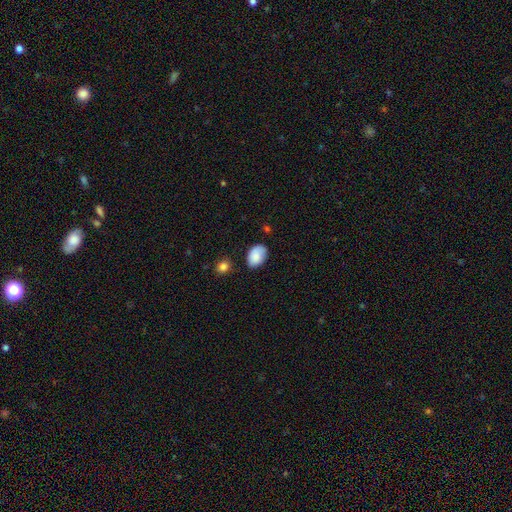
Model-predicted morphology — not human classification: The model was most divided on "merging": none: 68%, minor disturbance: 24%, major disturbance: 5%, merger: 3%. More confident: how rounded — in between (86%); smooth or featured — smooth (83%).